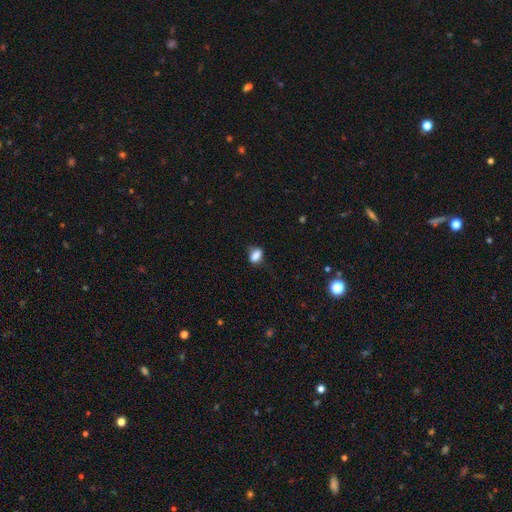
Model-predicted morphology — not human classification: Smooth or featured? smooth (82%)
How rounded? in between (79%)
Merging? none (61%)